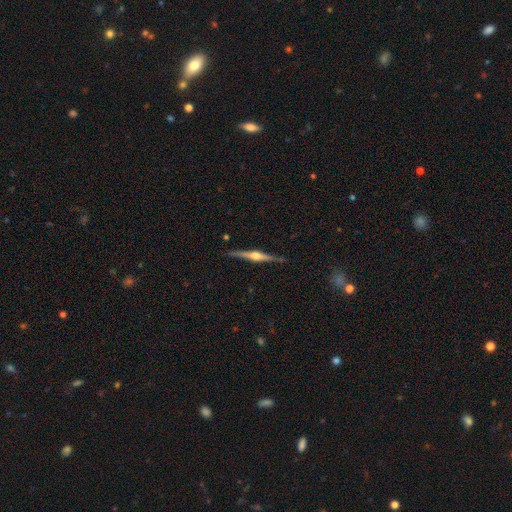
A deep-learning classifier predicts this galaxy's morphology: Smooth or featured? featured or disk (83%)
Edge-on disk? yes (98%)
Edge-on bulge? rounded (91%)
Merging? none (89%)